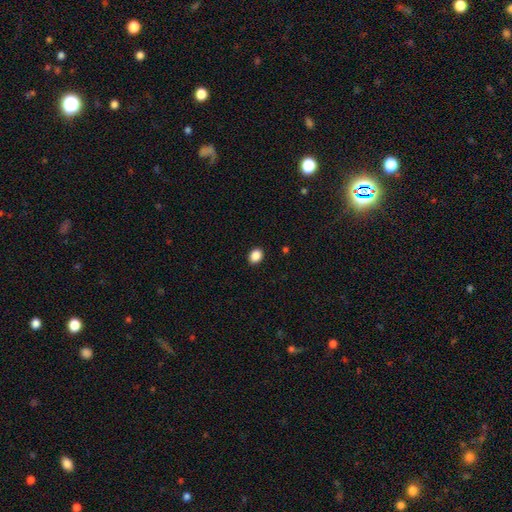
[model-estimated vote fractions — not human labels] Smooth or featured? smooth (88%)
How rounded? in between (54%)
Merging? none (91%)